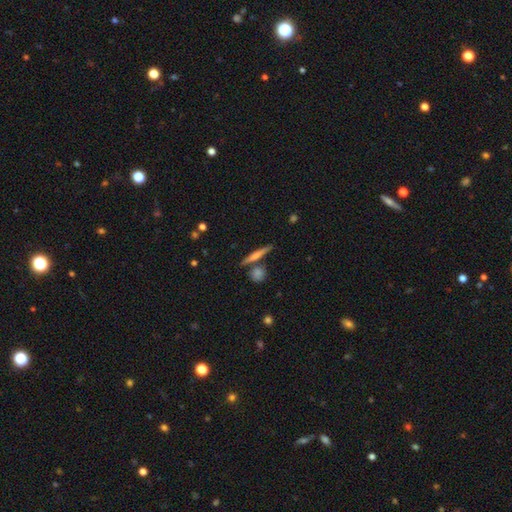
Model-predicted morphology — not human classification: A featured or disk galaxy (47%). Merging: none (78%).